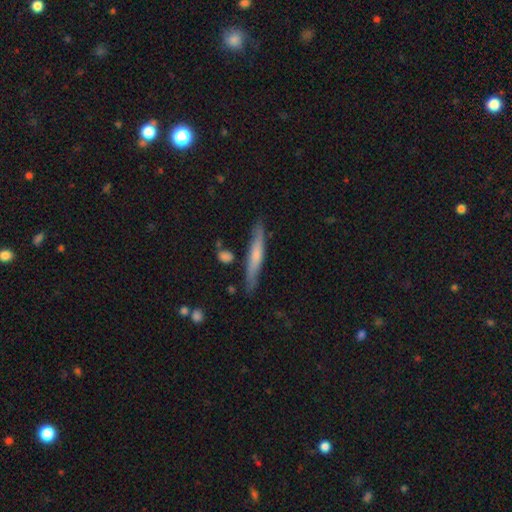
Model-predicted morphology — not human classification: Q: Smooth or featured?
A: smooth (51%); runner-up: featured or disk (43%)
Q: How rounded?
A: cigar-shaped (92%); runner-up: in between (6%)
Q: Merging?
A: none (80%); runner-up: minor disturbance (14%)